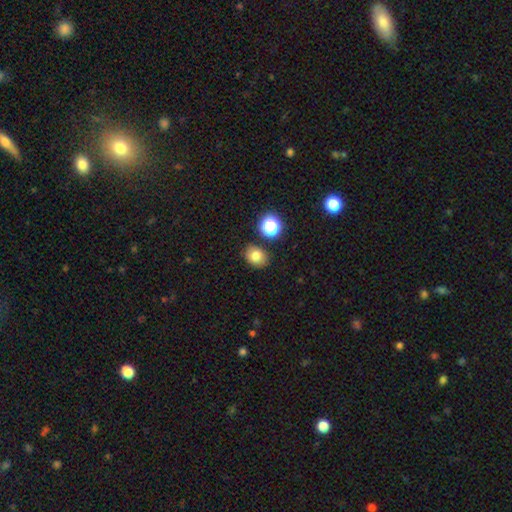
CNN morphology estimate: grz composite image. It shows a smooth galaxy with no disk features (79%) that is in between round and cigar-shaped (54%). Merging: none (82%).